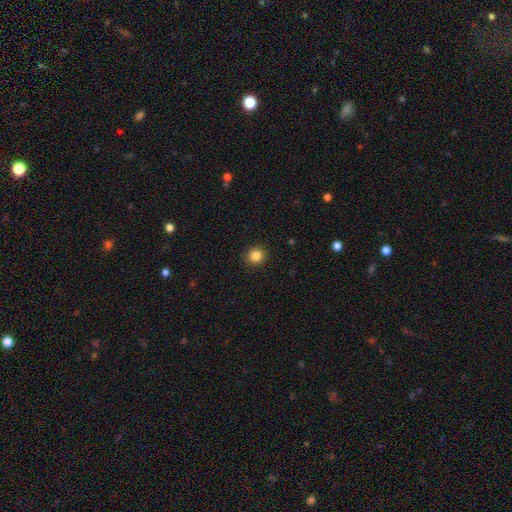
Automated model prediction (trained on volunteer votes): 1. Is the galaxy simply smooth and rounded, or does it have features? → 85% smooth, 11% star or artifact, 4% featured or disk.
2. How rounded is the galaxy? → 91% round, 8% in between, 1% cigar-shaped.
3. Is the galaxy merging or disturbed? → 92% none, 5% minor disturbance, 2% major disturbance, 1% merger.